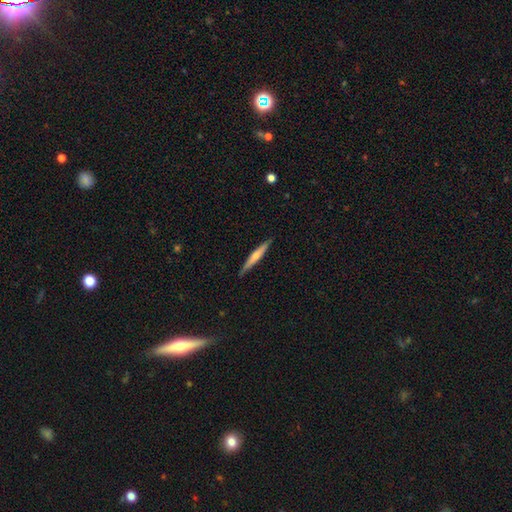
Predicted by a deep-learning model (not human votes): This is possibly a featured or disk galaxy (49%). Merging: clearly none (88%).